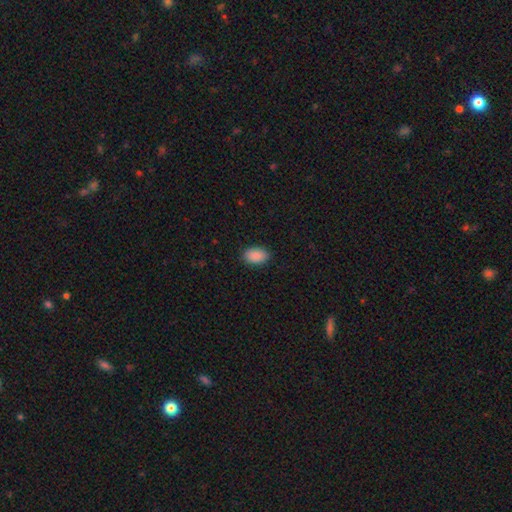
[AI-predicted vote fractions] smooth_or_featured: smooth (p=0.90) [alt: star or artifact p=0.07]
how_rounded: in between (p=0.88) [alt: round p=0.10]
merging: none (p=0.89) [alt: minor disturbance p=0.08]